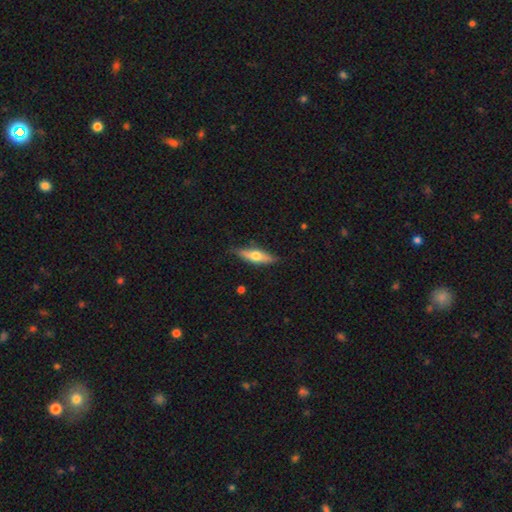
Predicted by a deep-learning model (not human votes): Smooth or featured? smooth (50%)
How rounded? cigar-shaped (56%)
Merging? none (83%)